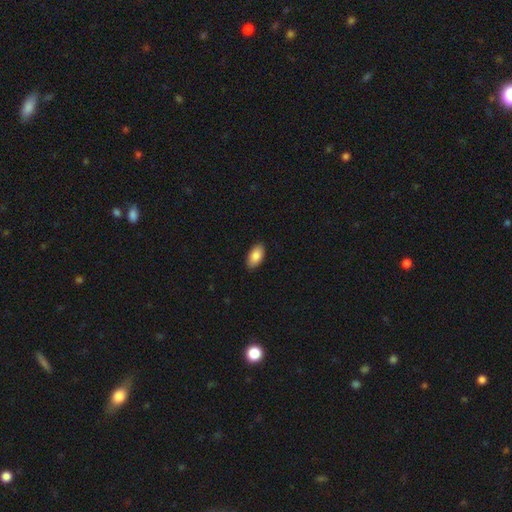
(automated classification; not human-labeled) A smooth galaxy with no disk features (87%) that is in between round and cigar-shaped (95%). Merging: none (89%).